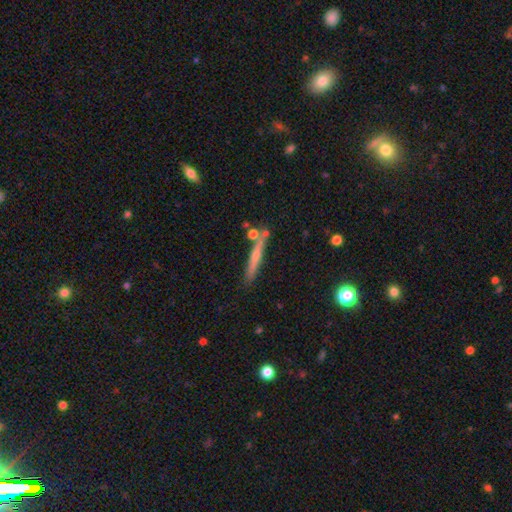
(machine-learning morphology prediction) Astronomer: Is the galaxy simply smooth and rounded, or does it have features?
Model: featured or disk — 49% (runner-up: smooth, 44%).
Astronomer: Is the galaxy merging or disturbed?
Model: none — 78%.